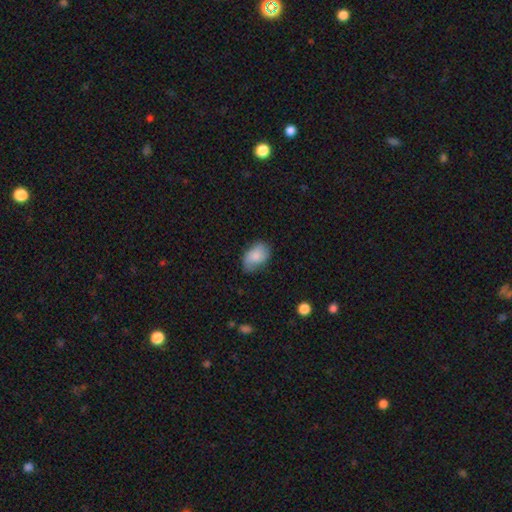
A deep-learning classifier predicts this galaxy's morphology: Smooth or featured?
  - smooth: 77% *
  - featured or disk: 16%
  - star or artifact: 7%
How rounded?
  - in between: 87% *
  - round: 12%
  - cigar-shaped: 1%
Merging?
  - none: 62% *
  - minor disturbance: 29%
  - major disturbance: 7%
  - merger: 2%